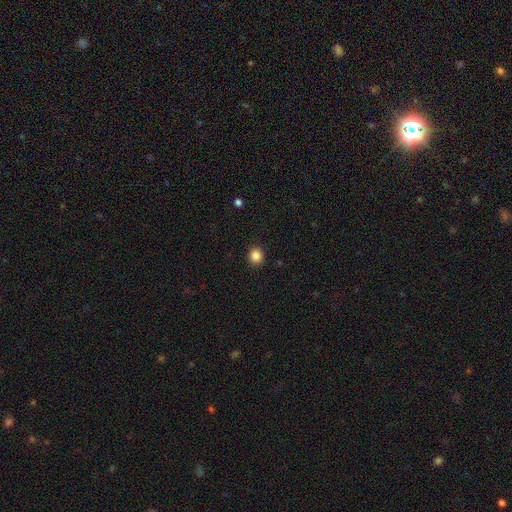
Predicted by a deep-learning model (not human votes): Smooth or featured? Predicted: smooth (p=0.86). How rounded? Predicted: round (p=0.86). Merging? Predicted: none (p=0.91).